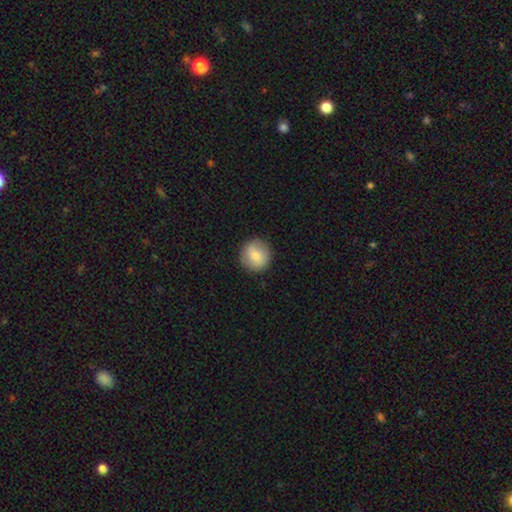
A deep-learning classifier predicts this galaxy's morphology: Q: Smooth or featured?
A: smooth (77%); runner-up: featured or disk (16%)
Q: How rounded?
A: round (94%); runner-up: in between (5%)
Q: Merging?
A: none (89%); runner-up: minor disturbance (8%)